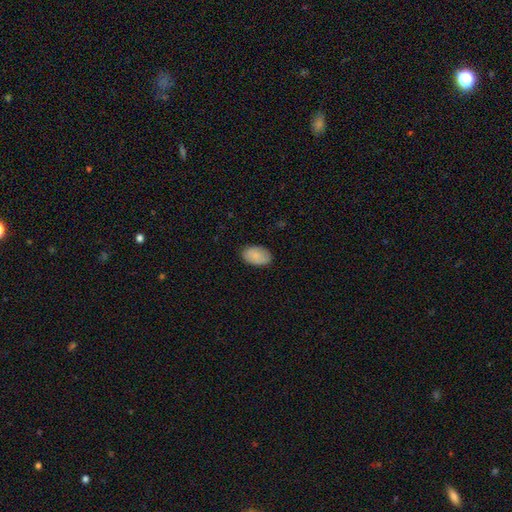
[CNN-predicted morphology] smooth 87%, featured or disk 7%, star or artifact 7%. Down the decision tree: how rounded — in between (91%); merging — none (85%).